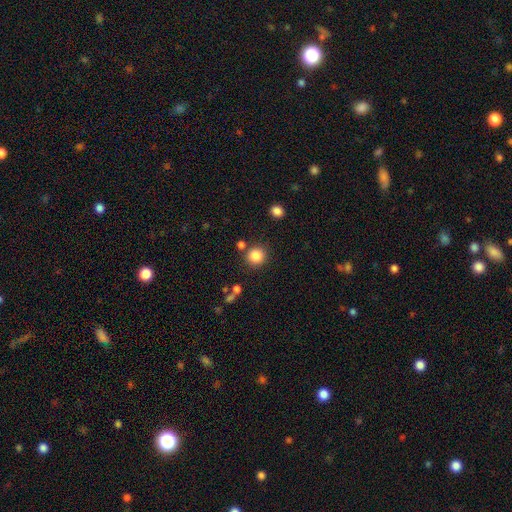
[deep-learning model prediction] This is clearly a smooth galaxy (85%). How rounded: clearly round (91%). Merging: clearly none (81%).